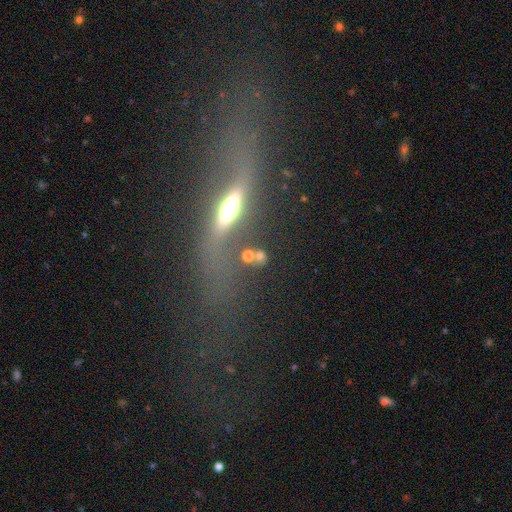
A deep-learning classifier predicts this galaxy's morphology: A featured or disk galaxy (57%) viewed edge-on (56%). Merging: none (46%).